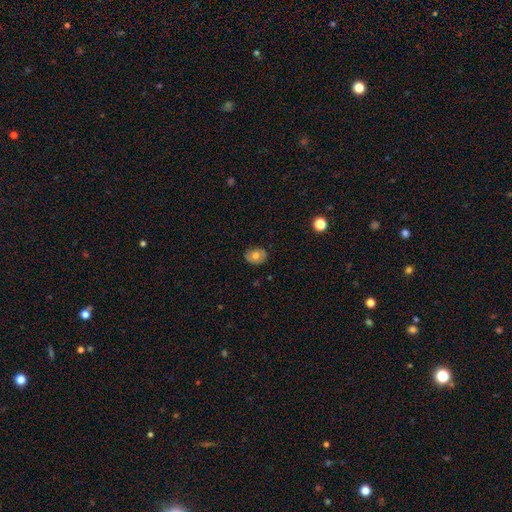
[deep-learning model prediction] A smooth galaxy with no disk features (70%) that is in between round and cigar-shaped (59%).

Vote fractions:
- Smooth or featured? smooth: 70% / featured or disk: 22% / star or artifact: 9%
- How rounded? in between: 59% / round: 40% / cigar-shaped: 1%
- Merging? none: 82% / minor disturbance: 14% / major disturbance: 3% / merger: 1%